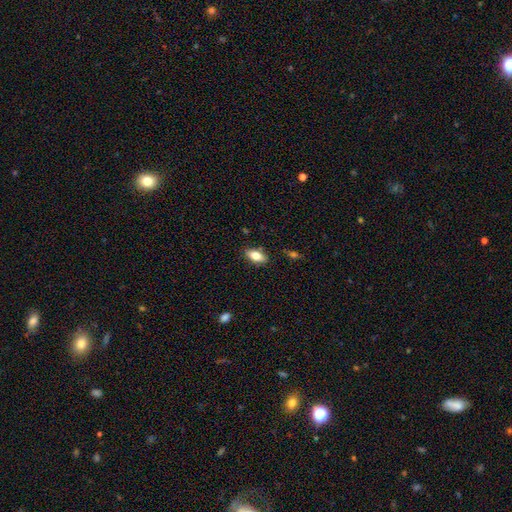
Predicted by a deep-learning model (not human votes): The model was most divided on "smooth or featured": smooth: 74%, featured or disk: 18%, star or artifact: 8%. More confident: how rounded — in between (86%); merging — none (84%).